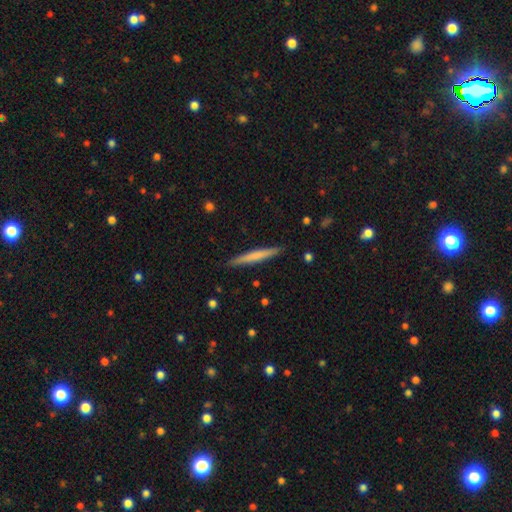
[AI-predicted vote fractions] This is likely a smooth galaxy (61%). How rounded: clearly cigar-shaped (96%). Merging: clearly none (90%).